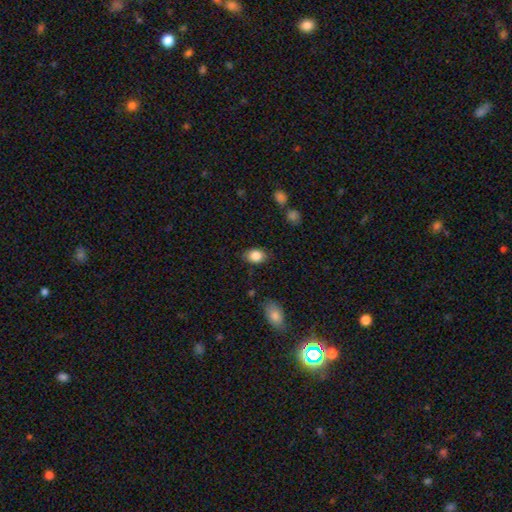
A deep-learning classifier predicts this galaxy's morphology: A smooth galaxy with no disk features (86%) that is in between round and cigar-shaped (73%).

Vote fractions:
- Smooth or featured? smooth: 86% / star or artifact: 8% / featured or disk: 6%
- How rounded? in between: 73% / round: 26% / cigar-shaped: 1%
- Merging? none: 80% / minor disturbance: 15% / major disturbance: 3% / merger: 2%